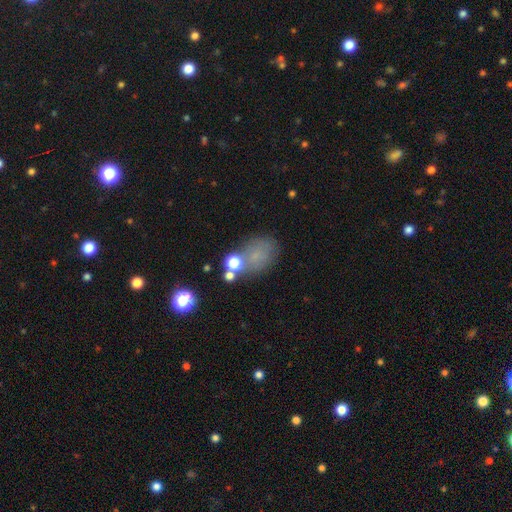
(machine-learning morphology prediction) A smooth galaxy with no disk features (62%) that is in between round and cigar-shaped (62%). Merging: none (57%).